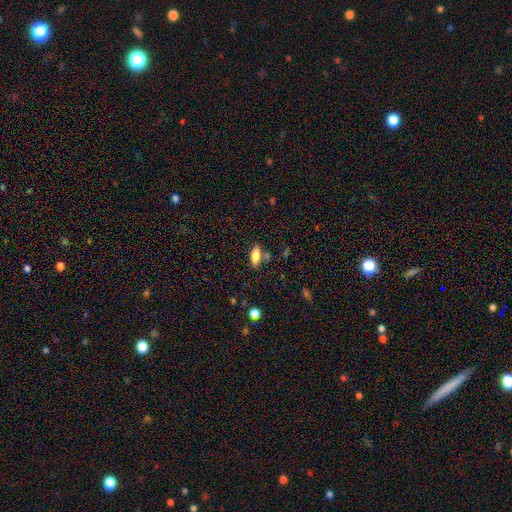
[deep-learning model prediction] Smooth or featured: smooth — 76% (featured or disk — 15%)
How rounded: in between — 78% (cigar-shaped — 19%)
Merging: none — 75% (minor disturbance — 13%)